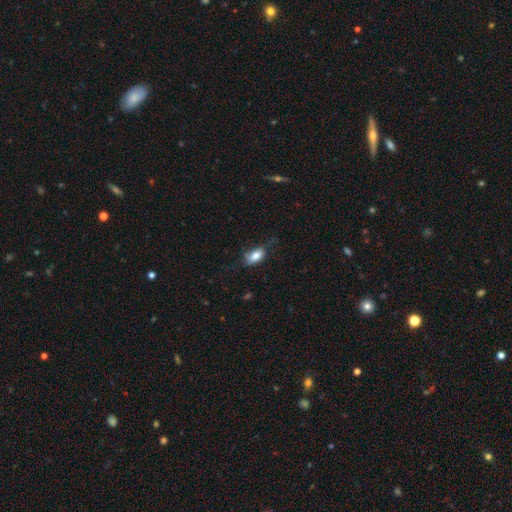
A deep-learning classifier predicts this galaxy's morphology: Q: Smooth or featured?
A: smooth (80%); runner-up: featured or disk (13%)
Q: How rounded?
A: in between (89%); runner-up: round (6%)
Q: Merging?
A: none (57%); runner-up: minor disturbance (29%)